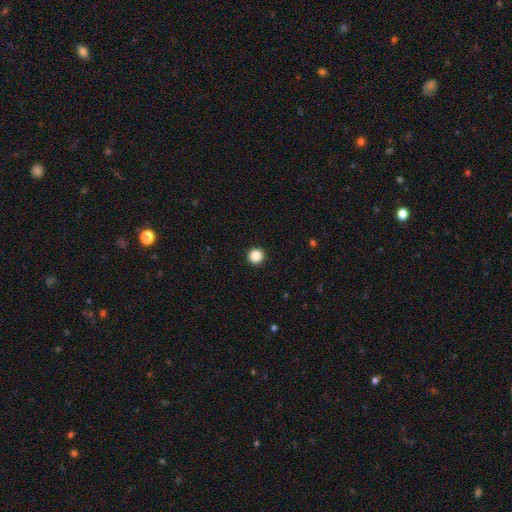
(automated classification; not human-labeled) Morphology: type=smooth (87%); roundness=round (96%); merging=none (94%).